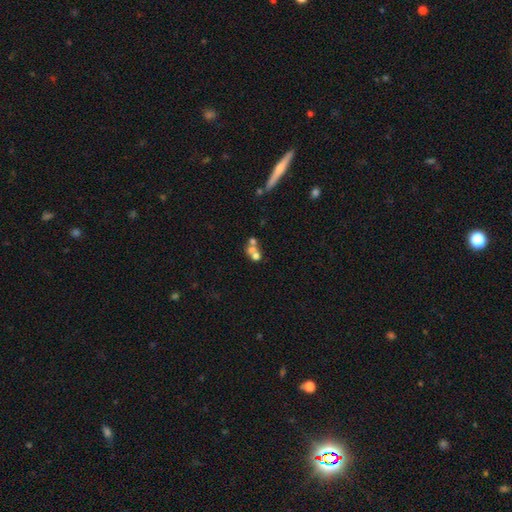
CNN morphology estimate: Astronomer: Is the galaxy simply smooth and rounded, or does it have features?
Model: smooth — 43% (runner-up: featured or disk, 31%).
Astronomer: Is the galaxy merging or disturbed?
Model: none — 50% (runner-up: merger, 36%).